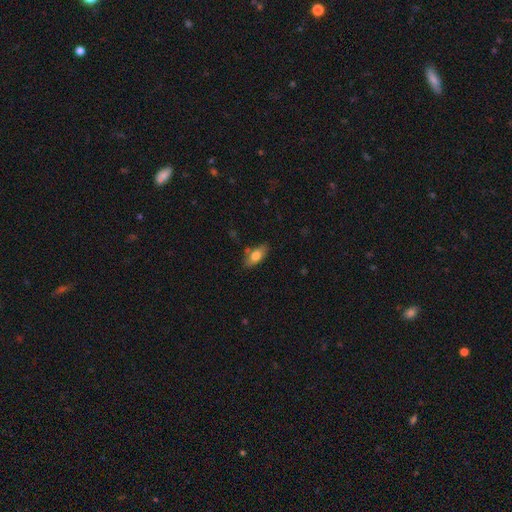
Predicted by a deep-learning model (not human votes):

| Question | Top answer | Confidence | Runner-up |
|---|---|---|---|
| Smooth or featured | smooth | 73% | featured or disk (20%) |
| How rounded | in between | 84% | cigar-shaped (12%) |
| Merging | none | 75% | minor disturbance (16%) |